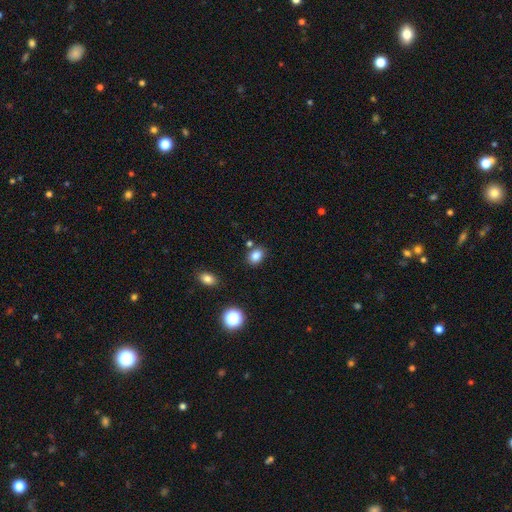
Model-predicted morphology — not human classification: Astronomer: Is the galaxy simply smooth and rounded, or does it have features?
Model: smooth — 83%.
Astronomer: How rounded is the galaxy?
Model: in between — 65%.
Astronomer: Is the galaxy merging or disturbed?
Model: none — 77%.